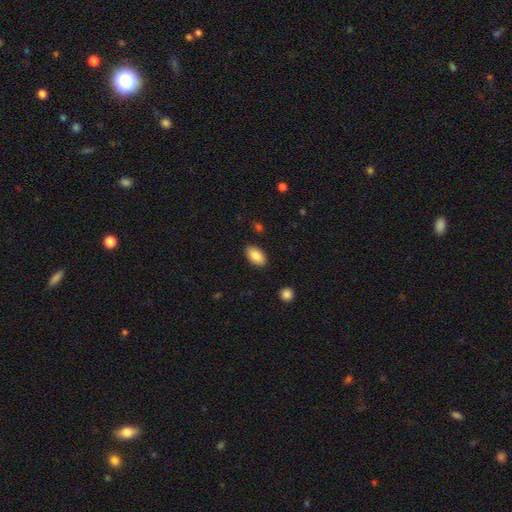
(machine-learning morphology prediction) The model was most divided on "smooth or featured": smooth: 86%, star or artifact: 7%, featured or disk: 7%. More confident: how rounded — in between (93%); merging — none (88%).